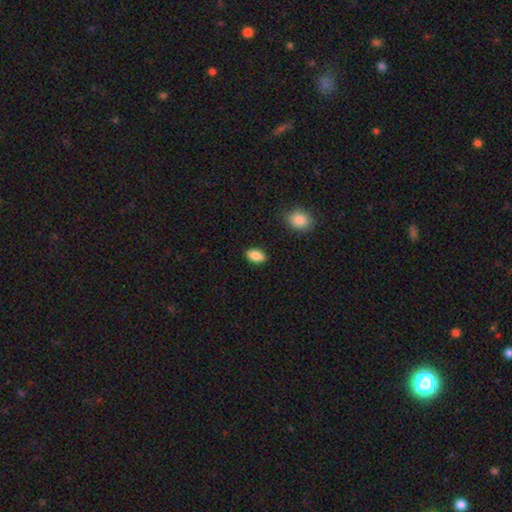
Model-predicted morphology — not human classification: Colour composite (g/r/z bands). It shows a smooth galaxy with no disk features (85%) that is in between round and cigar-shaped (91%). Merging: none (88%).